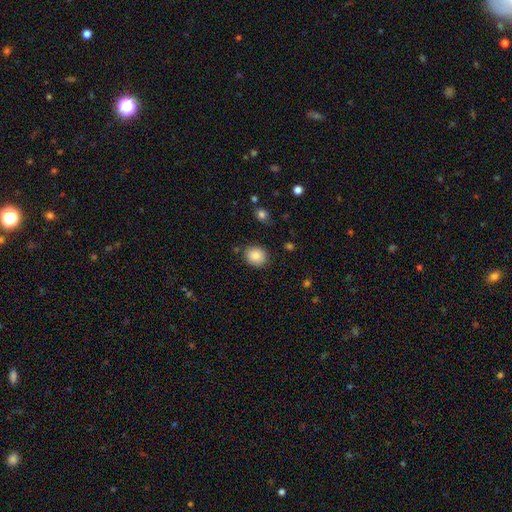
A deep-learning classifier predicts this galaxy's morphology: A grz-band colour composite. It shows a smooth galaxy with no disk features (87%) that is round (68%). Merging: none (83%).